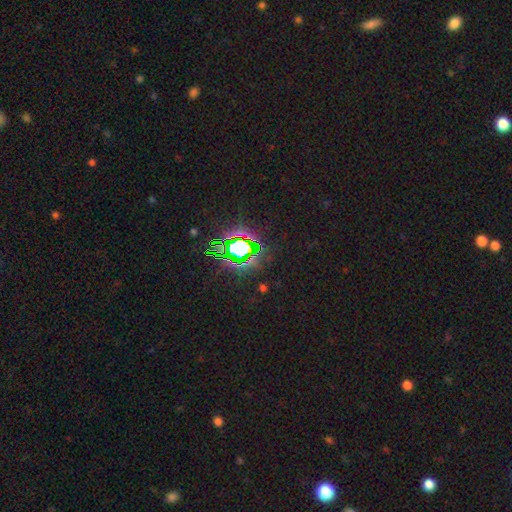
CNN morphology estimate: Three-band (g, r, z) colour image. It shows a star or artifact, not a galaxy (85%).